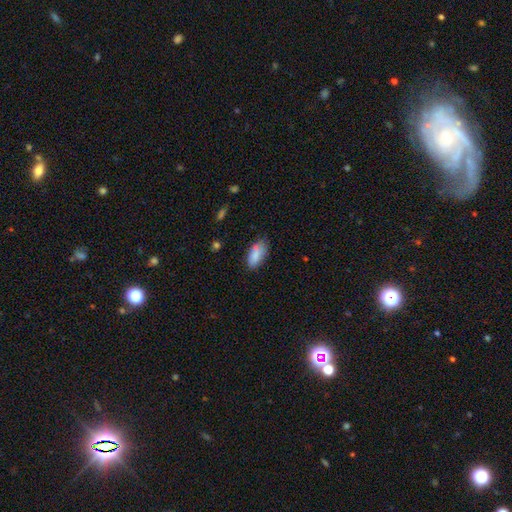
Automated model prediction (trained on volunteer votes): Smooth or featured?
  - smooth: 84% *
  - featured or disk: 9%
  - star or artifact: 7%
How rounded?
  - in between: 89% *
  - cigar-shaped: 9%
  - round: 2%
Merging?
  - none: 67% *
  - minor disturbance: 25%
  - major disturbance: 5%
  - merger: 3%